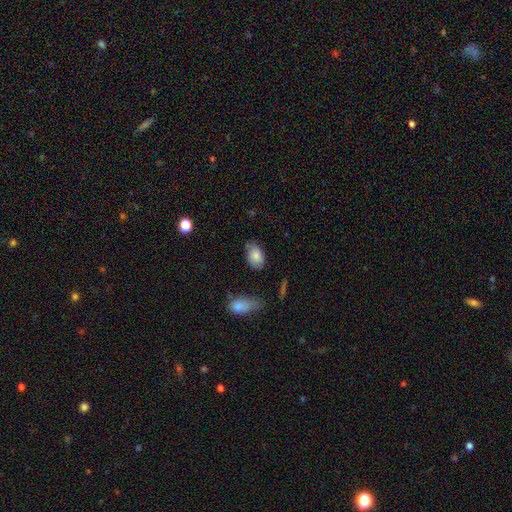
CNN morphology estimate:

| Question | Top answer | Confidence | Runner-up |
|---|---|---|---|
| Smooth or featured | smooth | 83% | featured or disk (9%) |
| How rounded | in between | 89% | round (9%) |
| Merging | none | 64% | minor disturbance (27%) |